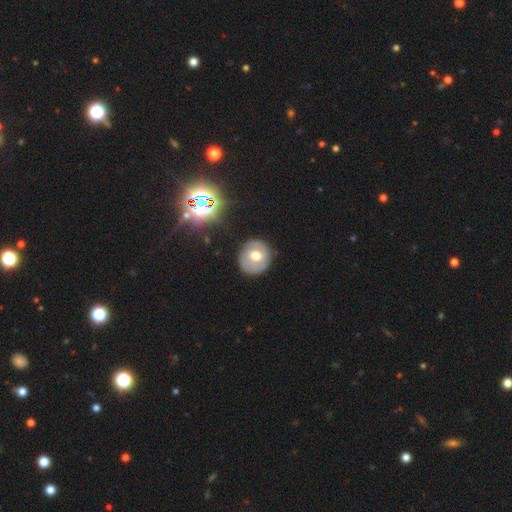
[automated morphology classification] Overall: smooth (50%; featured or disk 40%). How rounded: round (86%). Merging: none (82%).